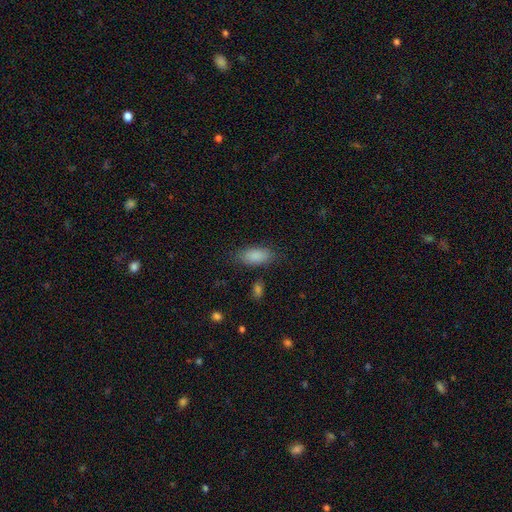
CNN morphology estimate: smooth 87%, star or artifact 7%, featured or disk 6%. Down the decision tree: how rounded — in between (90%); merging — none (80%).